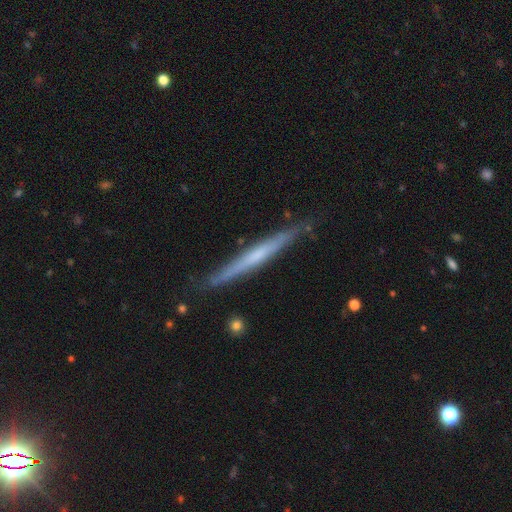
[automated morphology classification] Smooth or featured?
  - featured or disk: 61% *
  - smooth: 34%
  - star or artifact: 6%
Edge-on disk?
  - yes: 96% *
  - no: 4%
Edge-on bulge?
  - none: 66% *
  - rounded: 26%
  - boxy: 8%
Merging?
  - none: 84% *
  - minor disturbance: 13%
  - major disturbance: 2%
  - merger: 2%